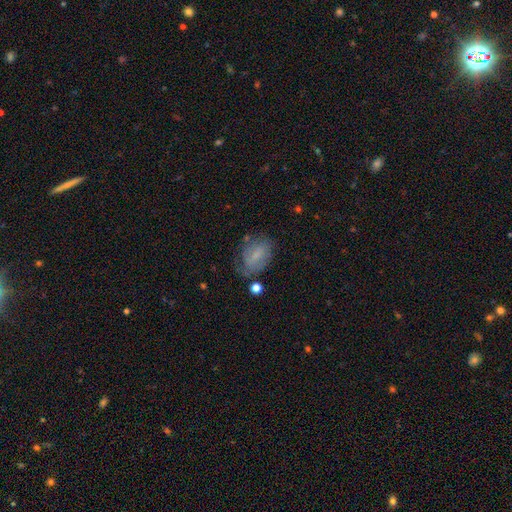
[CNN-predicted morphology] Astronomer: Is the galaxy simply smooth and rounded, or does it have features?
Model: smooth — 56% (runner-up: featured or disk, 34%).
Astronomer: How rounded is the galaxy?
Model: in between — 79%.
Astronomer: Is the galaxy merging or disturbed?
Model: none — 56%.